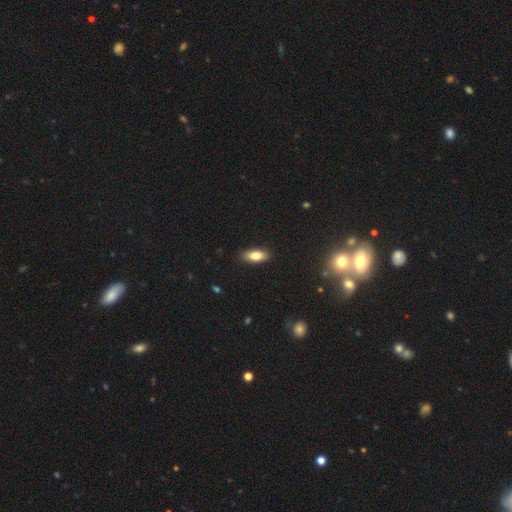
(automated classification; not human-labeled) A smooth galaxy with no disk features (82%) that is in between round and cigar-shaped (81%).

Vote fractions:
- Smooth or featured? smooth: 82% / featured or disk: 10% / star or artifact: 8%
- How rounded? in between: 81% / cigar-shaped: 17% / round: 3%
- Merging? none: 87% / minor disturbance: 10% / major disturbance: 2% / merger: 1%